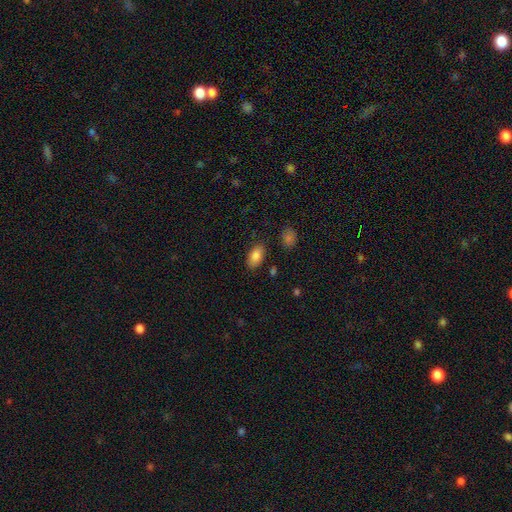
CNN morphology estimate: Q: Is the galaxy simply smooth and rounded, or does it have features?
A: smooth — 86%.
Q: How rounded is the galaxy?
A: in between — 92%.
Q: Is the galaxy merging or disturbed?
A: none — 84%.